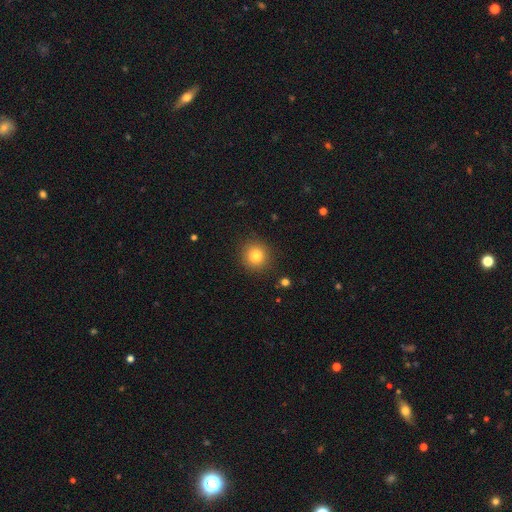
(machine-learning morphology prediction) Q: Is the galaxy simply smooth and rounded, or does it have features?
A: smooth — 80%.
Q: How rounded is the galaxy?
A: round — 92%.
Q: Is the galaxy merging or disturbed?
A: none — 90%.